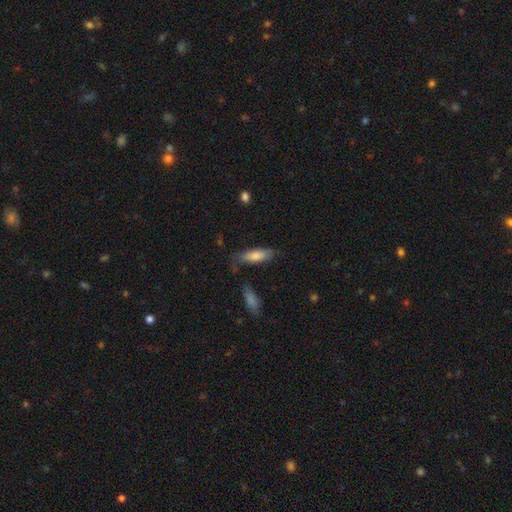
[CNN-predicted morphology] type=smooth (79%); roundness=in between (53%); merging=none (68%).